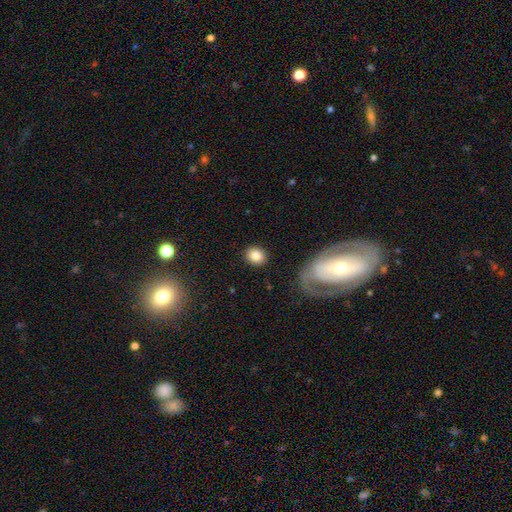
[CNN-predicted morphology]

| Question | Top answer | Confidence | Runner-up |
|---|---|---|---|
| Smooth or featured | smooth | 85% | star or artifact (9%) |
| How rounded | round | 67% | in between (32%) |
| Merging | none | 88% | minor disturbance (7%) |